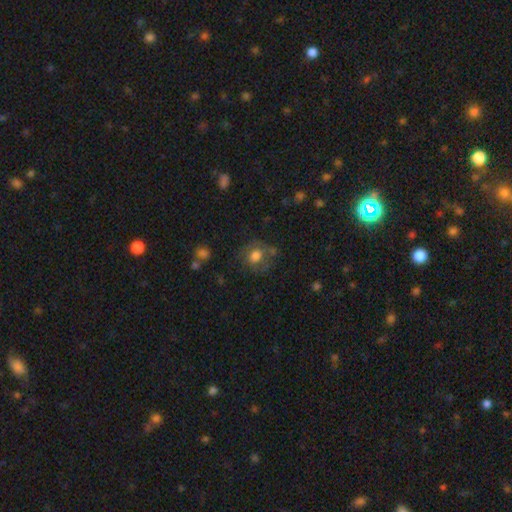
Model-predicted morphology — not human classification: smooth_or_featured: smooth (p=0.65) [alt: featured or disk p=0.25]
how_rounded: round (p=0.71) [alt: in between p=0.28]
merging: none (p=0.60) [alt: minor disturbance p=0.22]